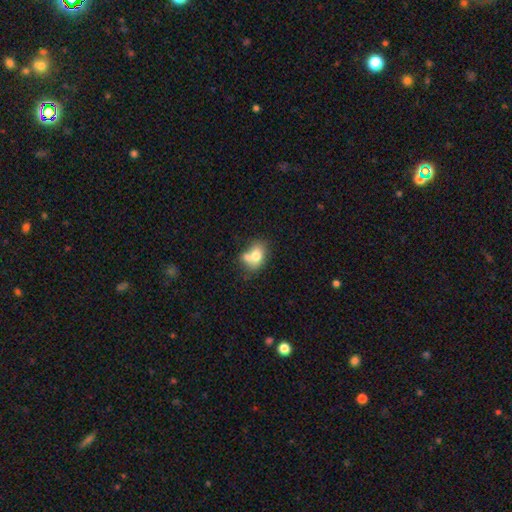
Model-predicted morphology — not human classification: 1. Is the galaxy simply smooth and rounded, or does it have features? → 73% smooth, 19% featured or disk, 9% star or artifact.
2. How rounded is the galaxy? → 66% in between, 33% round, 1% cigar-shaped.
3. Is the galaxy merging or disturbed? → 45% merger, 34% none, 15% minor disturbance, 6% major disturbance.